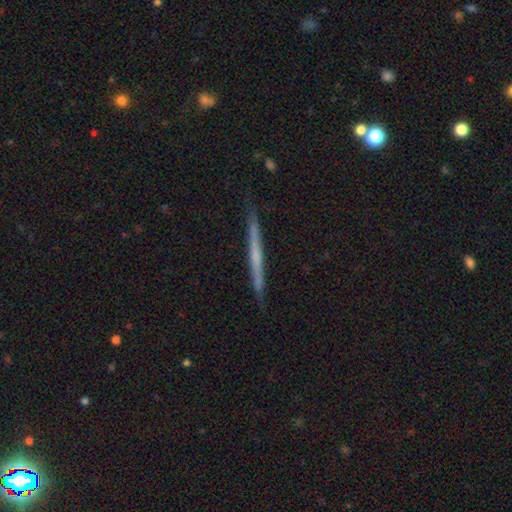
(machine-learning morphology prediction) A featured or disk galaxy (57%) viewed edge-on (97%) with no central bulge (81%).

Vote fractions:
- Smooth or featured? featured or disk: 57% / smooth: 36% / star or artifact: 6%
- Edge-on disk? yes: 97% / no: 3%
- Edge-on bulge? none: 81% / rounded: 14% / boxy: 5%
- Merging? none: 89% / minor disturbance: 9% / major disturbance: 1% / merger: 1%